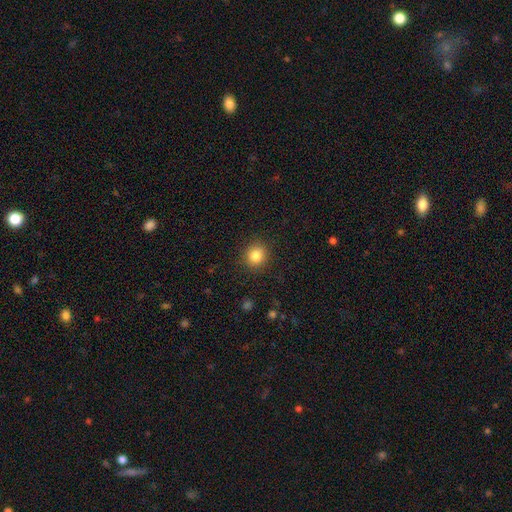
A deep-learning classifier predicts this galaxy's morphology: smooth-or-featured: smooth: 83% | star or artifact: 11% | featured or disk: 6%
  how-rounded: round: 87% | in between: 12% | cigar-shaped: 1%
  merging: none: 90% | minor disturbance: 7% | major disturbance: 2% | merger: 1%